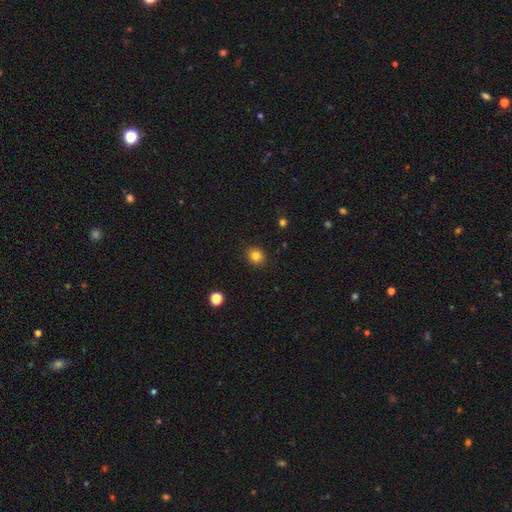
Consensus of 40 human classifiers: Smooth or featured?
  - smooth: 80% *
  - star or artifact: 12%
  - featured or disk: 8%
How rounded?
  - round: 91% *
  - in between: 9%
  - cigar-shaped: 0%
Merging?
  - none: 91% *
  - minor disturbance: 6%
  - major disturbance: 3%
  - merger: 0%